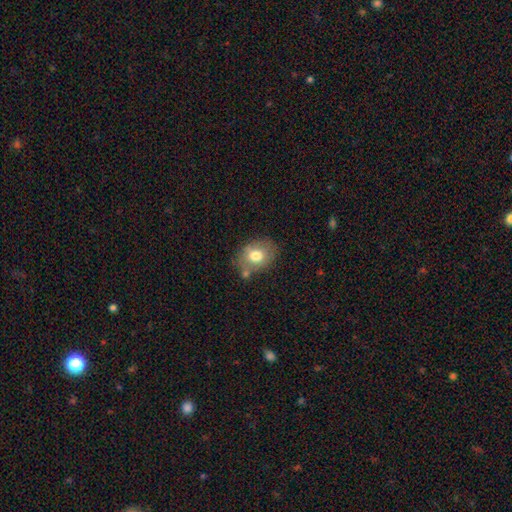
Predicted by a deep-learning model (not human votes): Smooth or featured: smooth — 73% (featured or disk — 18%)
How rounded: in between — 62% (round — 37%)
Merging: none — 64% (minor disturbance — 19%)